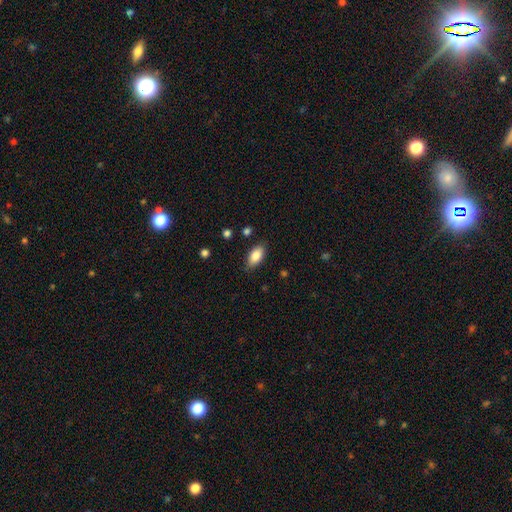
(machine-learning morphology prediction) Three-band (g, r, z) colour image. It shows a smooth galaxy with no disk features (84%) that is in between round and cigar-shaped (90%). Merging: none (84%).